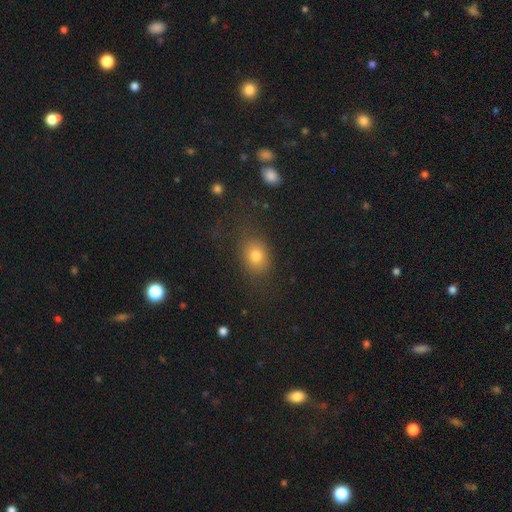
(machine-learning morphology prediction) type=smooth (77%); roundness=in between (59%); merging=none (71%).